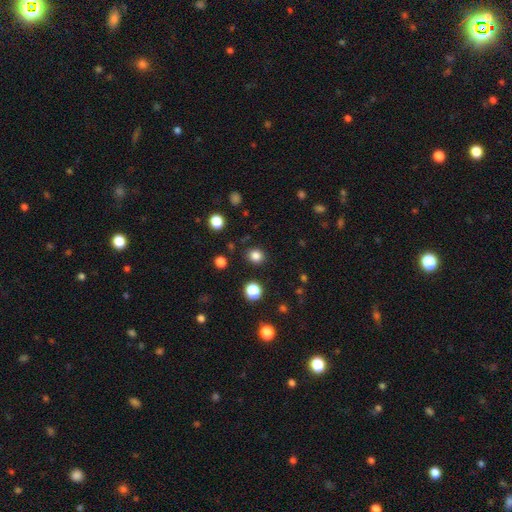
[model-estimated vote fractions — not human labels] Q: Smooth or featured?
A: smooth (82%); runner-up: star or artifact (14%)
Q: How rounded?
A: round (82%); runner-up: in between (18%)
Q: Merging?
A: none (88%); runner-up: minor disturbance (7%)